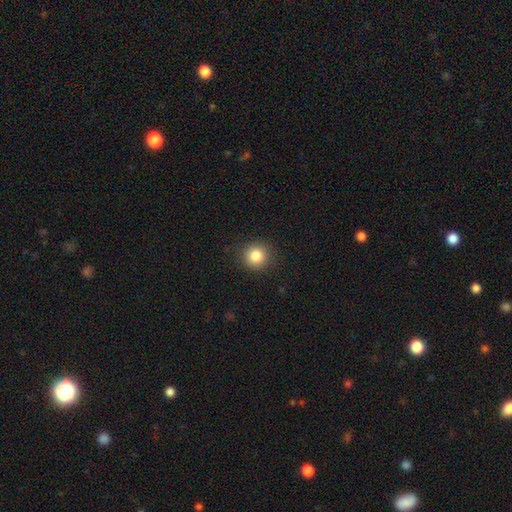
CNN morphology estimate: A smooth galaxy with no disk features (84%) that is round (92%).

Vote fractions:
- Smooth or featured? smooth: 84% / star or artifact: 11% / featured or disk: 6%
- How rounded? round: 92% / in between: 7% / cigar-shaped: 1%
- Merging? none: 90% / minor disturbance: 7% / major disturbance: 2% / merger: 1%